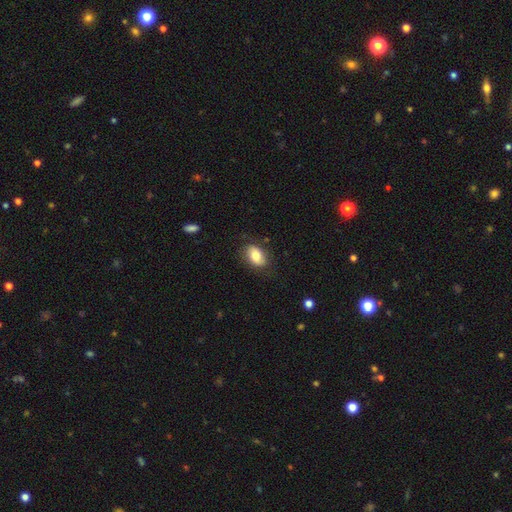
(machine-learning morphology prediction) A smooth galaxy with no disk features (76%) that is in between round and cigar-shaped (86%).

Vote fractions:
- Smooth or featured? smooth: 76% / featured or disk: 17% / star or artifact: 7%
- How rounded? in between: 86% / round: 12% / cigar-shaped: 2%
- Merging? none: 78% / minor disturbance: 17% / major disturbance: 4% / merger: 1%